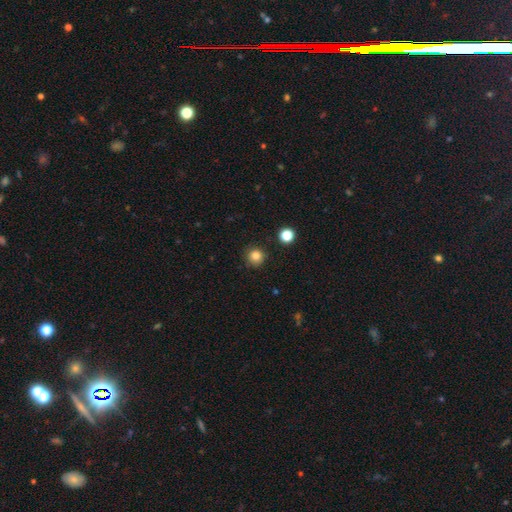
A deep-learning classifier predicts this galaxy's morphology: A smooth galaxy with no disk features (83%) that is round (94%). Merging: none (89%).